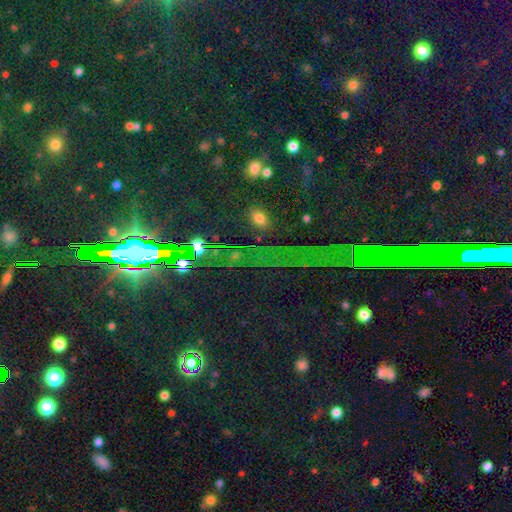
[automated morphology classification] smooth_or_featured: star or artifact (p=0.70) [alt: smooth p=0.21]